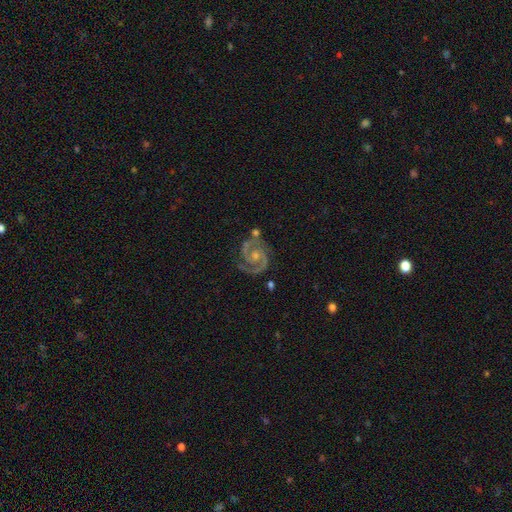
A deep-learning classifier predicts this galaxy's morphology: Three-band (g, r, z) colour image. It shows a featured or disk galaxy (91%) with no bar (63%), 2 (91%) medium (48%) spiral arms (99%) and a small central bulge (55%). Merging: none (76%).